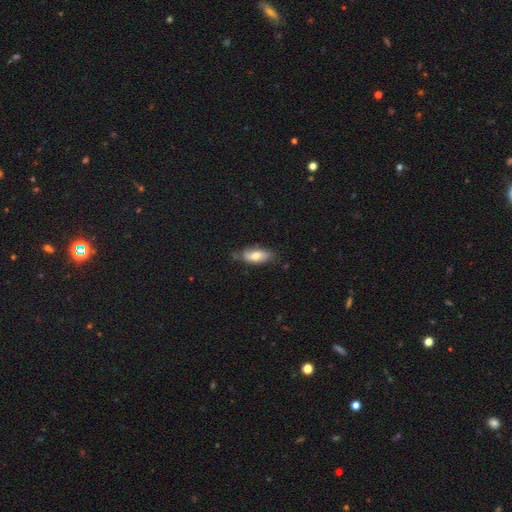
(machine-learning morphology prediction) The model was most divided on "merging": none: 64%, minor disturbance: 27%, major disturbance: 5%, merger: 3%. More confident: how rounded — in between (82%); smooth or featured — smooth (68%).